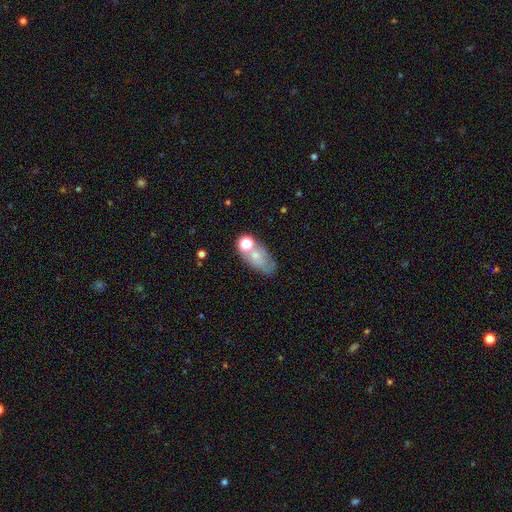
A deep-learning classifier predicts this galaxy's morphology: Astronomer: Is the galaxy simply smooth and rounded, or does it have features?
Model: smooth — 60%.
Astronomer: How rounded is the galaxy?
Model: in between — 83%.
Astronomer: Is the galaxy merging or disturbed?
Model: none — 44% (runner-up: merger, 25%).